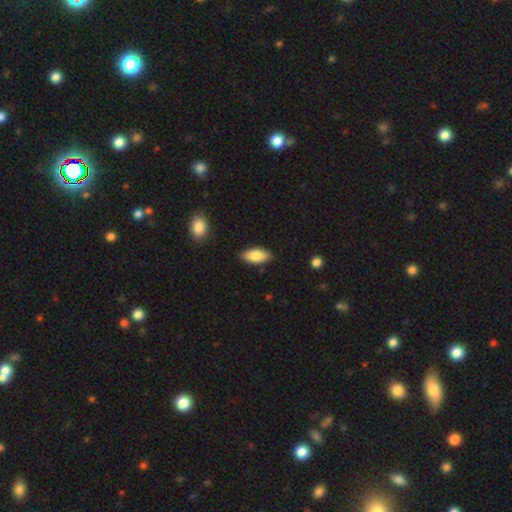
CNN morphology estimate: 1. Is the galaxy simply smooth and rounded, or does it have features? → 82% smooth, 12% featured or disk, 6% star or artifact.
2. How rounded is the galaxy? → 86% in between, 12% cigar-shaped, 2% round.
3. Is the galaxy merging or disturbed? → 86% none, 10% minor disturbance, 2% major disturbance, 2% merger.